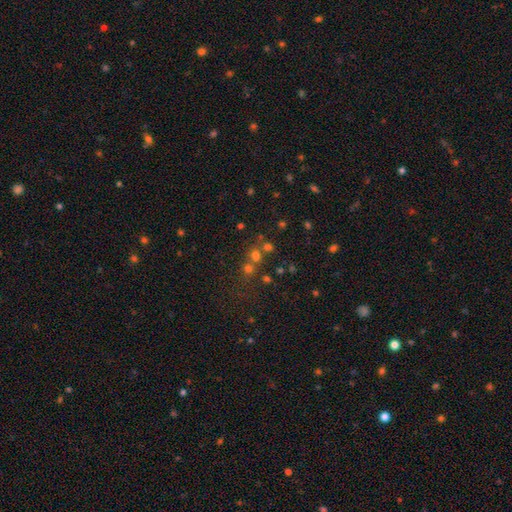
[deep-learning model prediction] Smooth or featured?
  - smooth: 58% *
  - star or artifact: 31%
  - featured or disk: 10%
How rounded?
  - round: 79% *
  - in between: 20%
  - cigar-shaped: 1%
Merging?
  - none: 54% *
  - merger: 35%
  - minor disturbance: 7%
  - major disturbance: 4%